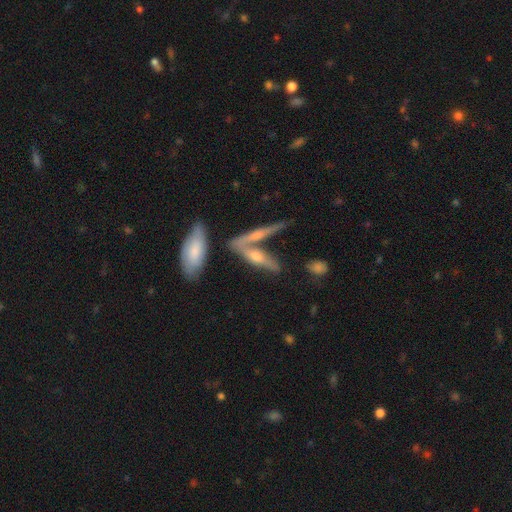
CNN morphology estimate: The model was most divided on "merging": none: 42%, merger: 38%, minor disturbance: 13%, major disturbance: 7%. More confident: edge-on disk — yes (75%); smooth or featured — featured or disk (60%).